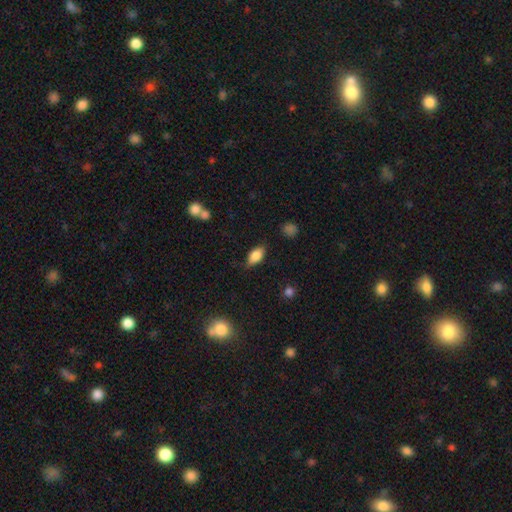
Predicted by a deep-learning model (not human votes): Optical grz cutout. It shows a smooth galaxy with no disk features (74%) that is in between round and cigar-shaped (86%). Merging: none (79%).